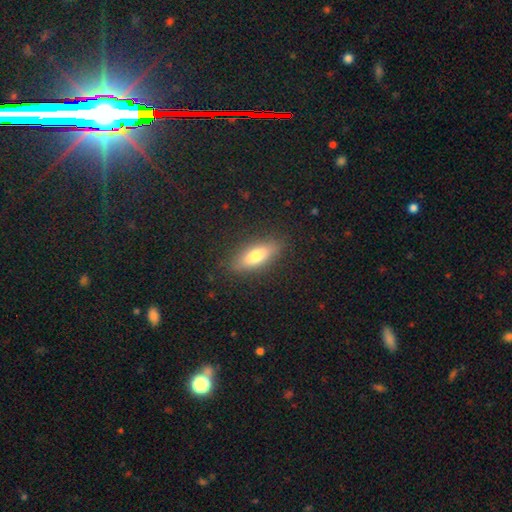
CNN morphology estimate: A smooth galaxy with no disk features (72%) that is in between round and cigar-shaped (65%).

Vote fractions:
- Smooth or featured? smooth: 72% / featured or disk: 21% / star or artifact: 7%
- How rounded? in between: 65% / cigar-shaped: 33% / round: 3%
- Merging? none: 85% / minor disturbance: 11% / major disturbance: 3% / merger: 1%